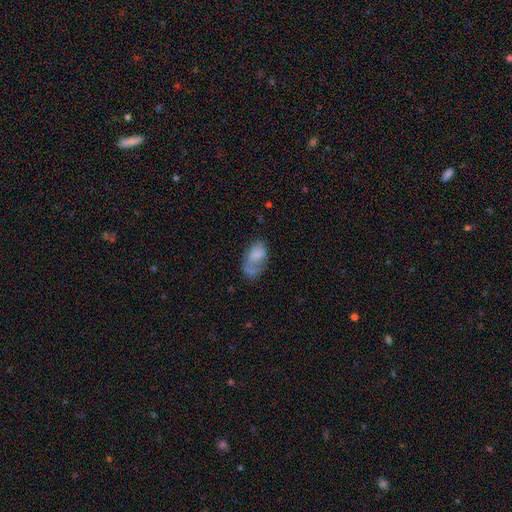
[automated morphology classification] Overall: smooth (61%; featured or disk 30%). How rounded: in between (91%). Merging: none (35%; major disturbance 31%).